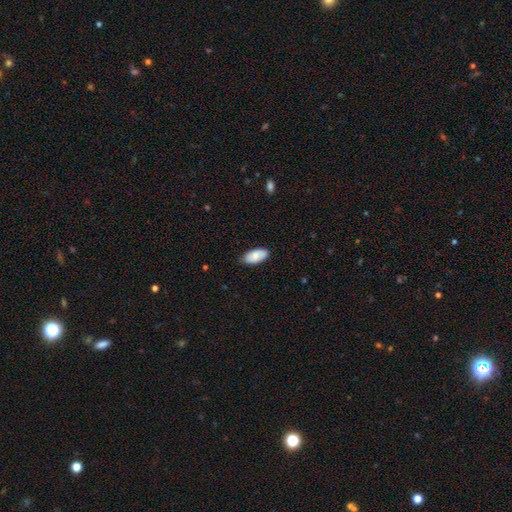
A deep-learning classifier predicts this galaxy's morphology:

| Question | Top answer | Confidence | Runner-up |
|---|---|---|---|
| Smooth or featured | smooth | 82% | featured or disk (12%) |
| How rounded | in between | 94% | cigar-shaped (4%) |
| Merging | none | 82% | minor disturbance (15%) |